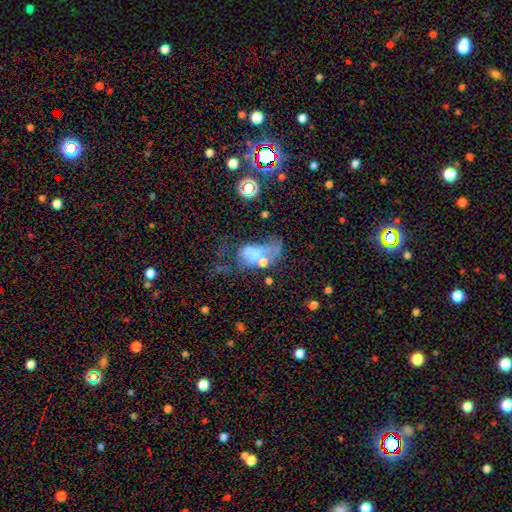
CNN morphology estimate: Smooth or featured?
  - featured or disk: 46% *
  - smooth: 37%
  - star or artifact: 17%
Merging?
  - merger: 42% *
  - major disturbance: 33%
  - none: 14%
  - minor disturbance: 11%